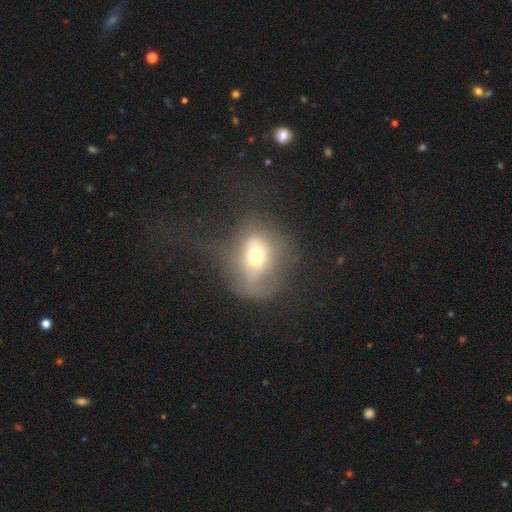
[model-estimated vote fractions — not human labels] Morphology: type=smooth (59%); roundness=round (61%); merging=major disturbance (40%).